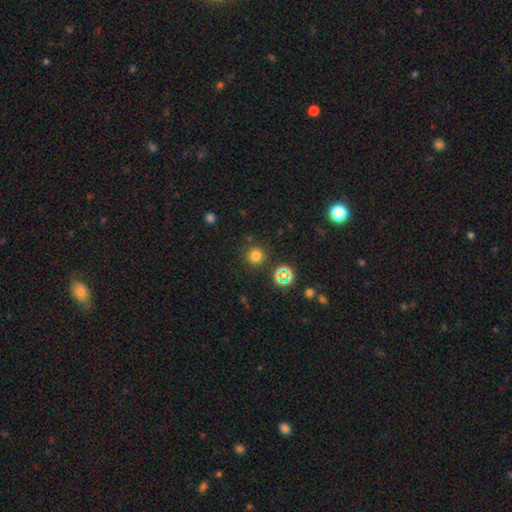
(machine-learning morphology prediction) smooth 73%, star or artifact 21%, featured or disk 5%. Down the decision tree: how rounded — round (94%); merging — none (87%).